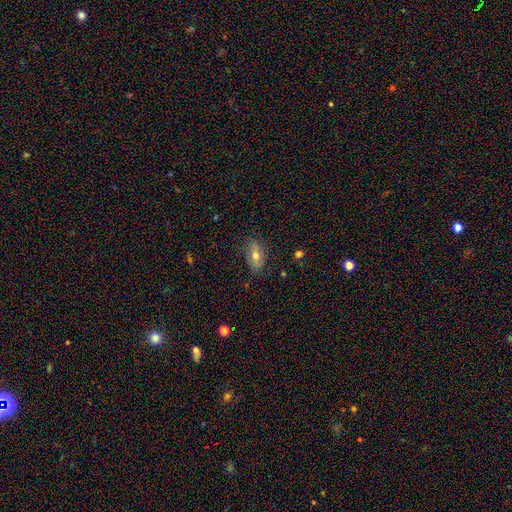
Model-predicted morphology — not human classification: A smooth galaxy with no disk features (60%) that is in between round and cigar-shaped (84%).

Vote fractions:
- Smooth or featured? smooth: 60% / featured or disk: 31% / star or artifact: 9%
- How rounded? in between: 84% / cigar-shaped: 9% / round: 8%
- Merging? none: 80% / minor disturbance: 15% / major disturbance: 4% / merger: 1%